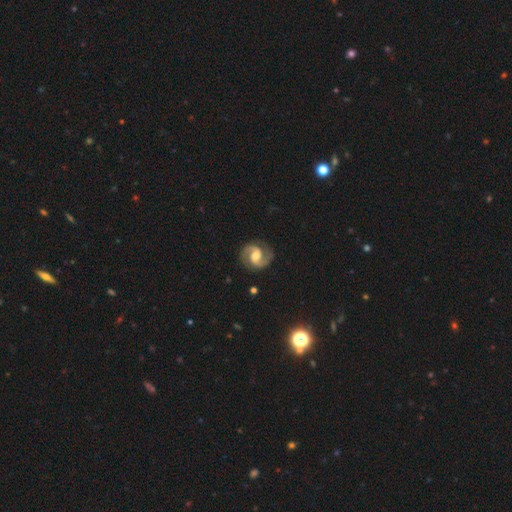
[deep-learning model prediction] Smooth or featured? Predicted: featured or disk (p=0.91). Edge-on disk? Predicted: no (p=0.98). Bar? Predicted: weak (p=0.50). Spiral arms? Predicted: yes (p=0.98). Spiral winding? Predicted: medium (p=0.61). Spiral arm count? Predicted: 2 (p=0.94). Bulge size? Predicted: moderate (p=0.67). Merging? Predicted: none (p=0.87).